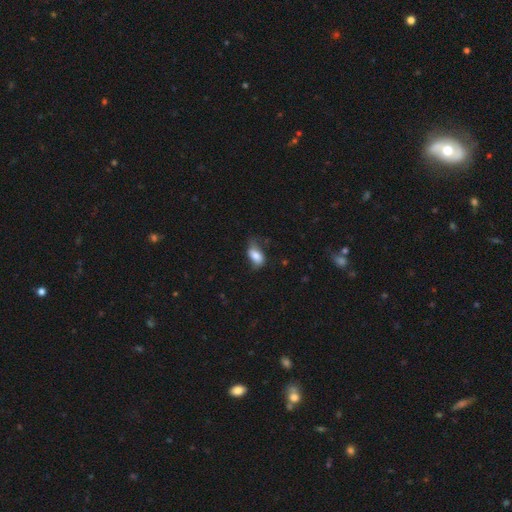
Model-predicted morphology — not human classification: This appears to be a smooth galaxy with no disk features (79%) that is in between round and cigar-shaped (89%). Merging: none (46%).